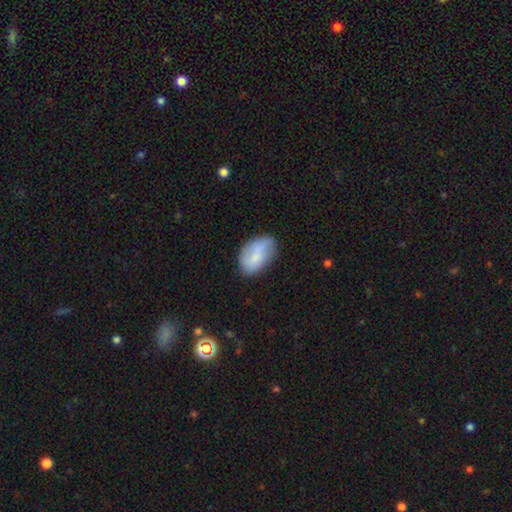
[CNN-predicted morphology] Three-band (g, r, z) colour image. It shows a smooth galaxy with no disk features (73%) that is in between round and cigar-shaped (92%). Merging: none (62%).